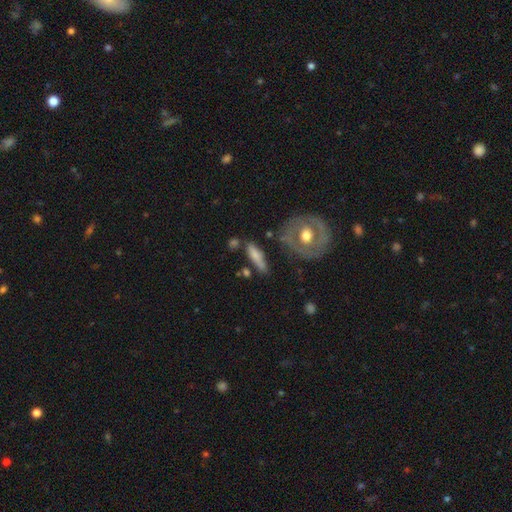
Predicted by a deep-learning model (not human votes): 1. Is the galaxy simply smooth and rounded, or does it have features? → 64% smooth, 29% featured or disk, 7% star or artifact.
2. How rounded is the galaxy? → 67% cigar-shaped, 28% in between, 5% round.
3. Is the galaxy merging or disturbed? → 68% none, 17% minor disturbance, 9% merger, 6% major disturbance.